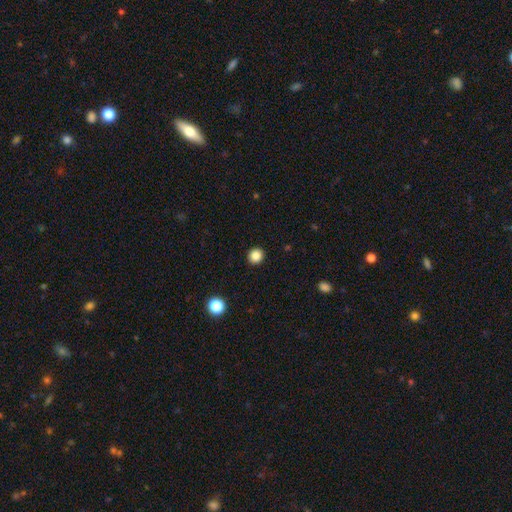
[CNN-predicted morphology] The model was most divided on "how rounded": round: 86%, in between: 13%, cigar-shaped: 1%. More confident: merging — none (92%); smooth or featured — smooth (86%).